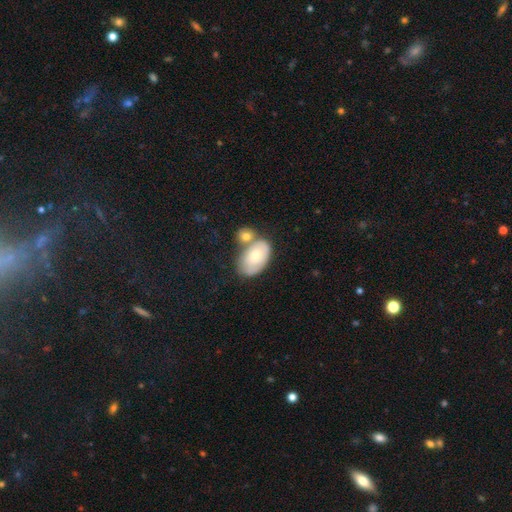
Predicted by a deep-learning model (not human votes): Smooth or featured?
  - smooth: 67% *
  - featured or disk: 26%
  - star or artifact: 6%
How rounded?
  - in between: 92% *
  - round: 7%
  - cigar-shaped: 1%
Merging?
  - none: 40% *
  - merger: 35%
  - minor disturbance: 18%
  - major disturbance: 7%